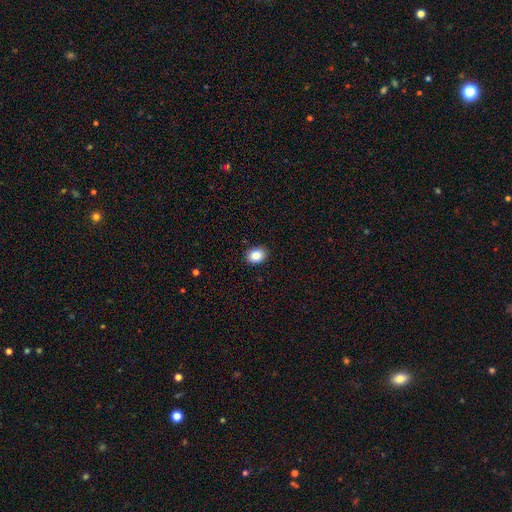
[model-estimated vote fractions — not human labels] A smooth galaxy with no disk features (84%) that is in between round and cigar-shaped (61%).

Vote fractions:
- Smooth or featured? smooth: 84% / star or artifact: 9% / featured or disk: 7%
- How rounded? in between: 61% / round: 38% / cigar-shaped: 1%
- Merging? none: 91% / minor disturbance: 7% / major disturbance: 2% / merger: 1%